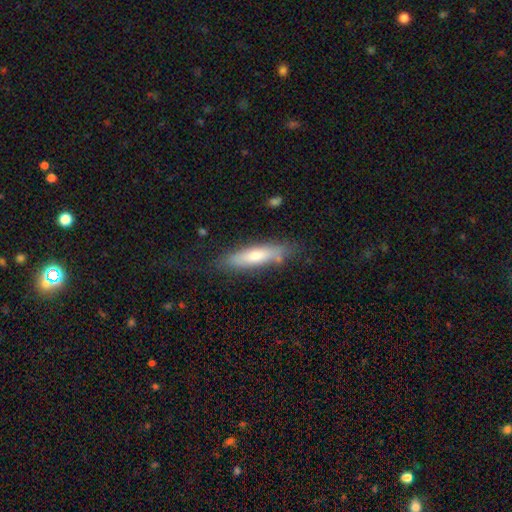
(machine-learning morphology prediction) A smooth galaxy with no disk features (67%) that is cigar-shaped (74%).

Vote fractions:
- Smooth or featured? smooth: 67% / featured or disk: 26% / star or artifact: 6%
- How rounded? cigar-shaped: 74% / in between: 24% / round: 2%
- Merging? none: 76% / minor disturbance: 17% / major disturbance: 5% / merger: 3%